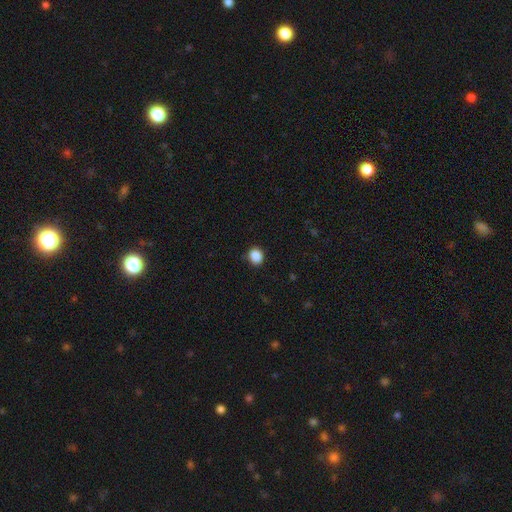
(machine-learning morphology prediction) Smooth or featured? smooth (88%)
How rounded? round (66%)
Merging? none (88%)